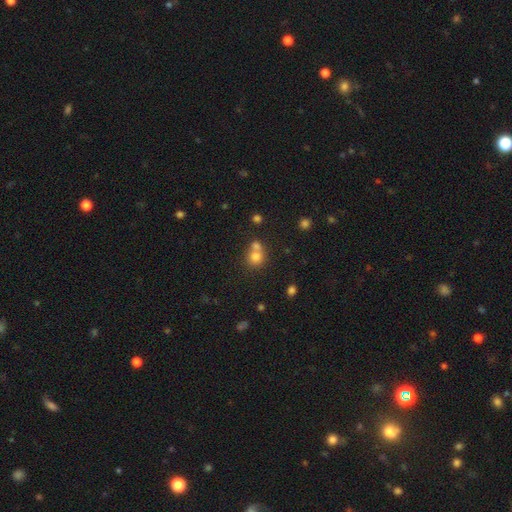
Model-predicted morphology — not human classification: smooth-or-featured: smooth: 73% | star or artifact: 16% | featured or disk: 11%
  how-rounded: round: 84% | in between: 15% | cigar-shaped: 1%
  merging: merger: 48% | none: 42% | minor disturbance: 7% | major disturbance: 3%